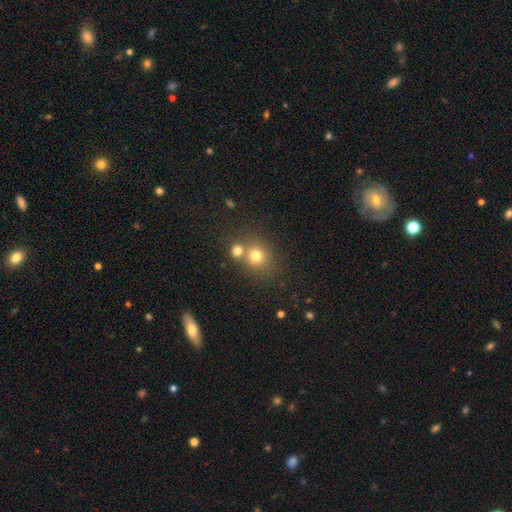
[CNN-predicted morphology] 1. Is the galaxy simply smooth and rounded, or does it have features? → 72% smooth, 16% star or artifact, 12% featured or disk.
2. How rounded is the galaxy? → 75% round, 24% in between, 1% cigar-shaped.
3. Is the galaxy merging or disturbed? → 49% none, 38% merger, 9% minor disturbance, 4% major disturbance.